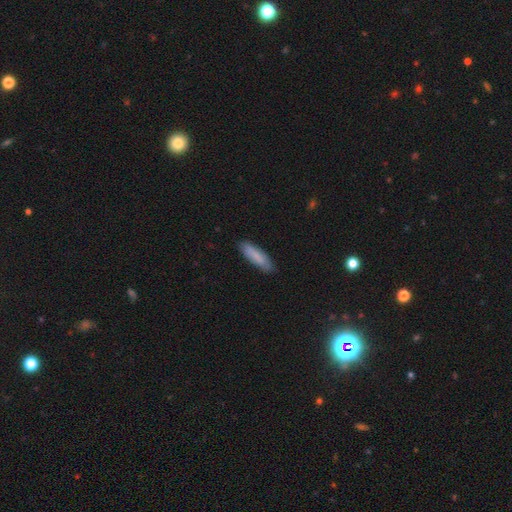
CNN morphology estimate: Smooth or featured? smooth (83%)
How rounded? cigar-shaped (59%)
Merging? none (82%)